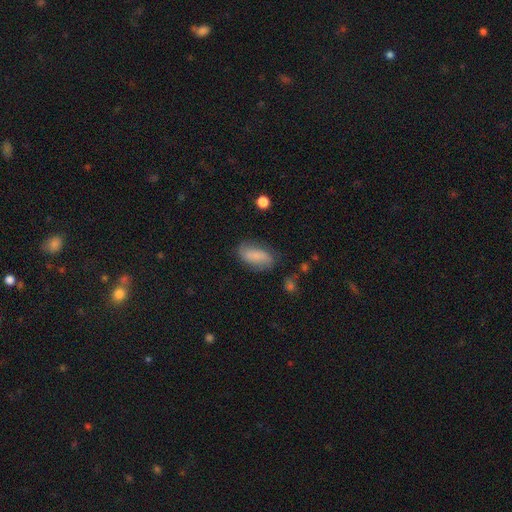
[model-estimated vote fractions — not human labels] Overall: smooth (63%; featured or disk 29%). How rounded: in between (89%). Merging: none (72%).